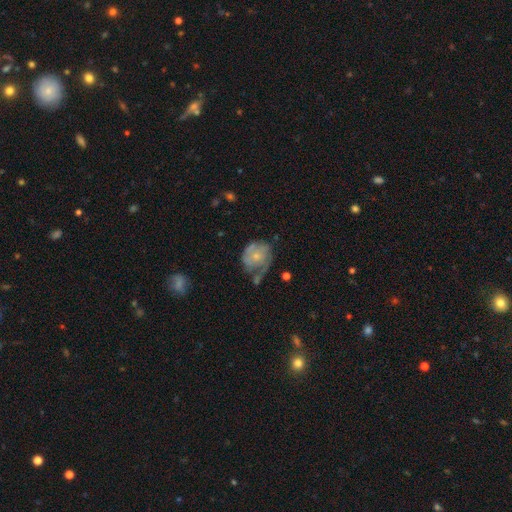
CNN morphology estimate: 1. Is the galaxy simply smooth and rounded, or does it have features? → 58% featured or disk, 35% smooth, 7% star or artifact.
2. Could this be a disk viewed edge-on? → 98% no, 2% yes.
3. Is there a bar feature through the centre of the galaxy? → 81% no, 17% weak, 3% strong.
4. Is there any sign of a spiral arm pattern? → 72% yes, 28% no.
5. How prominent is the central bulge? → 67% small, 24% moderate, 7% none, 2% large, 1% dominant.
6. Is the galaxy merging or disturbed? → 37% none, 29% minor disturbance, 25% major disturbance, 9% merger.